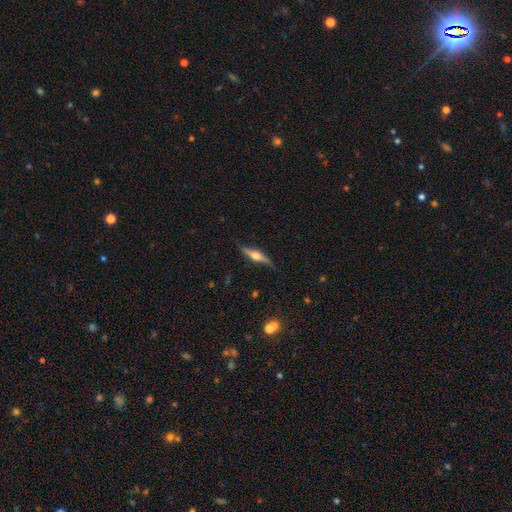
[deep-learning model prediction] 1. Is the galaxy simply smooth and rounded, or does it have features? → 74% featured or disk, 20% smooth, 6% star or artifact.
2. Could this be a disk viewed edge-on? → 95% yes, 5% no.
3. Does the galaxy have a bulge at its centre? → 93% rounded, 5% boxy, 2% none.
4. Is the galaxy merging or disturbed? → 82% none, 13% minor disturbance, 3% major disturbance, 1% merger.